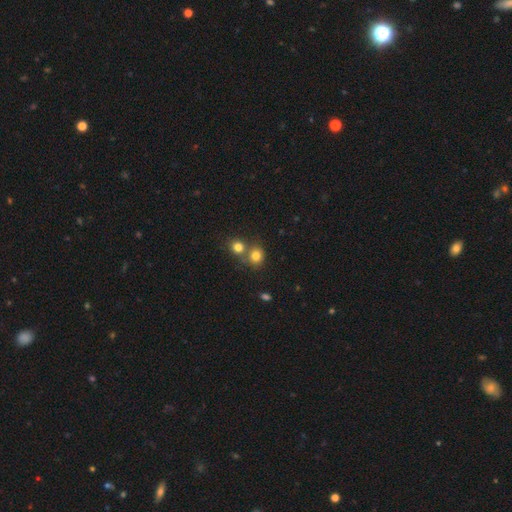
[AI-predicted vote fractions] Smooth or featured? Predicted: smooth (p=0.79). How rounded? Predicted: round (p=0.80). Merging? Predicted: none (p=0.51).